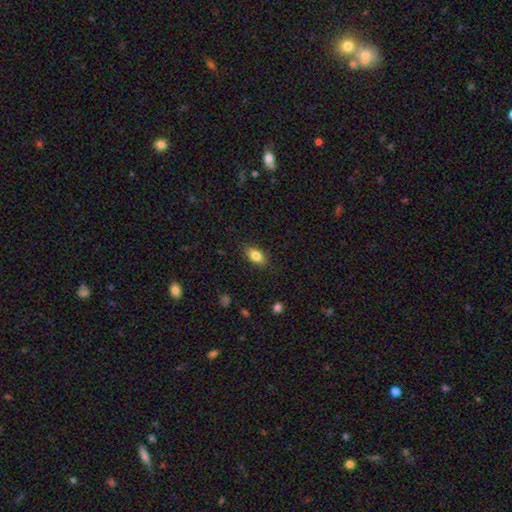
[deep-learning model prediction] Smooth or featured? Predicted: smooth (p=0.83). How rounded? Predicted: in between (p=0.87). Merging? Predicted: none (p=0.86).